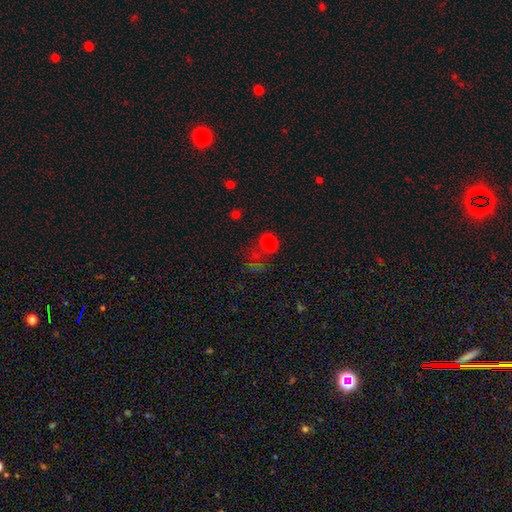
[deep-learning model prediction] smooth_or_featured: smooth (p=0.59) [alt: star or artifact p=0.27]
how_rounded: in between (p=0.54) [alt: round p=0.44]
merging: none (p=0.38) [alt: major disturbance p=0.31]